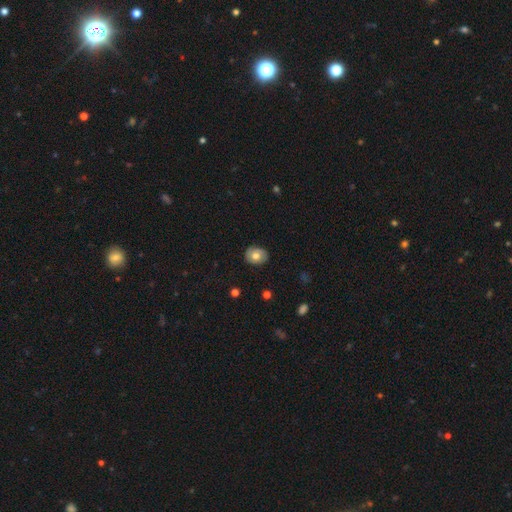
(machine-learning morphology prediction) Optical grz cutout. It shows a smooth galaxy with no disk features (66%) that is round (51%). Merging: none (82%).